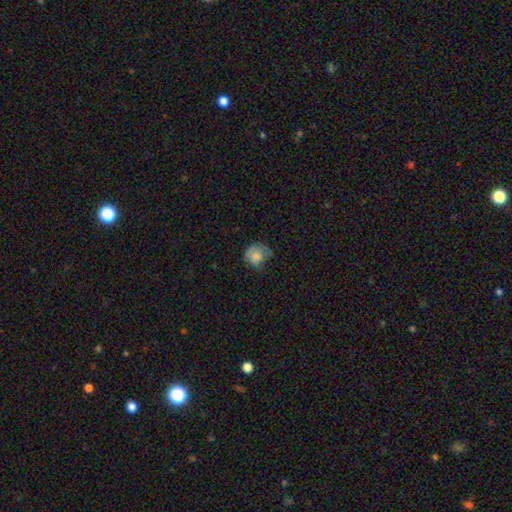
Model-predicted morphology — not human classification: Smooth or featured: smooth — 71% (featured or disk — 20%)
How rounded: round — 70% (in between — 29%)
Merging: none — 40% (minor disturbance — 35%)